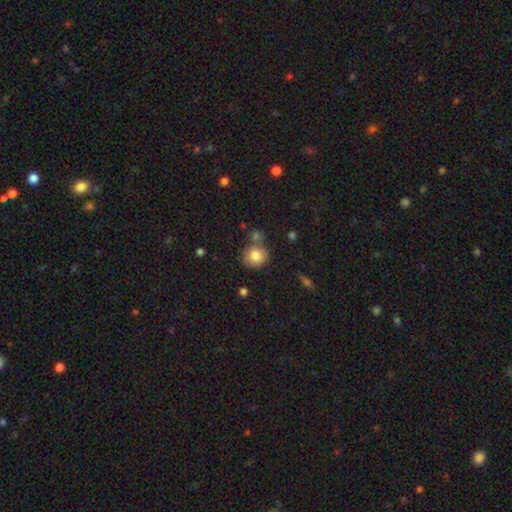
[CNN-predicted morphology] This appears to be a smooth galaxy with no disk features (80%) that is round (72%). Merging: none (67%).